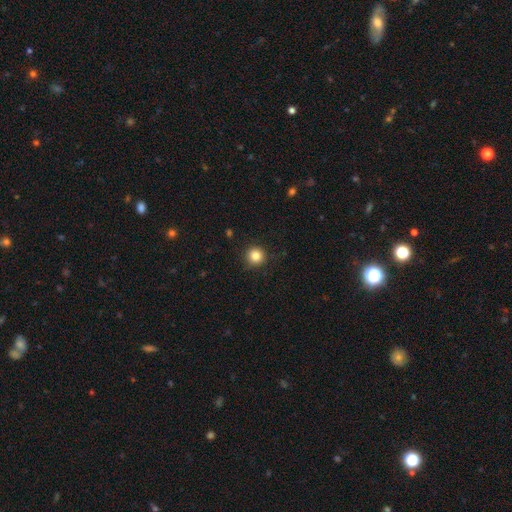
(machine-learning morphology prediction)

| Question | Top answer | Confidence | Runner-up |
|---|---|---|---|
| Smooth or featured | smooth | 84% | star or artifact (11%) |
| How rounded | round | 95% | in between (4%) |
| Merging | none | 90% | minor disturbance (7%) |